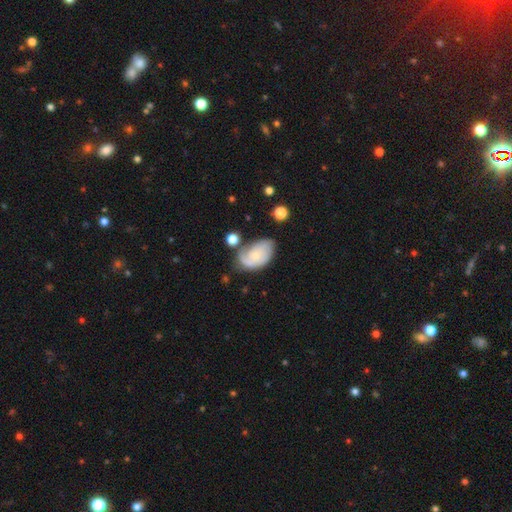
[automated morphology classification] type=featured or disk (58%); edge-on=no (96%); bar=no (76%); spiral arms=yes (86%); bulge=small (71%); merging=none (47%).